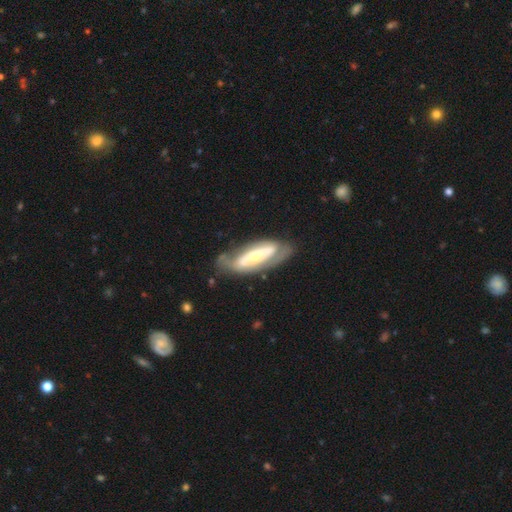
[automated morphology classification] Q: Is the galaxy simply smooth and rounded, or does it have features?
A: featured or disk — 71%.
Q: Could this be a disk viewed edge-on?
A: no — 82%.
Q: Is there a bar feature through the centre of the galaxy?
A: strong — 47%.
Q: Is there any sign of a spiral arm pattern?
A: yes — 63%.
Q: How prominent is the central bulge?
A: moderate — 46%.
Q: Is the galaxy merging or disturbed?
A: none — 65%.